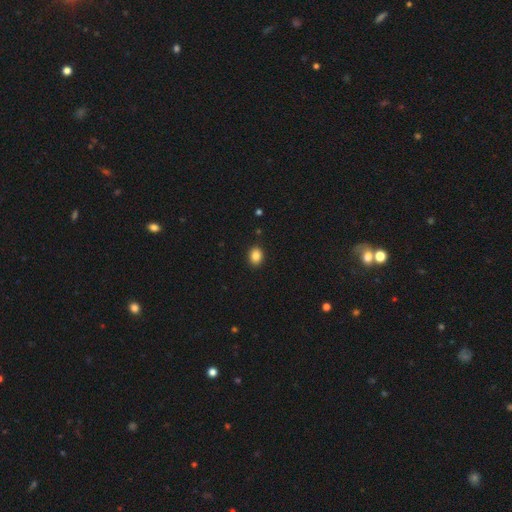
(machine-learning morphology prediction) The model was most divided on "how rounded": in between: 57%, round: 42%, cigar-shaped: 1%. More confident: merging — none (91%); smooth or featured — smooth (87%).